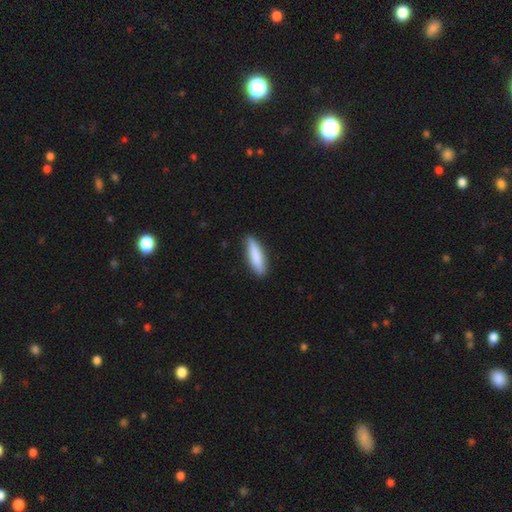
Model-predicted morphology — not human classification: smooth-or-featured: smooth: 82% | featured or disk: 13% | star or artifact: 5%
  how-rounded: cigar-shaped: 70% | in between: 28% | round: 2%
  merging: none: 86% | minor disturbance: 11% | major disturbance: 2% | merger: 1%